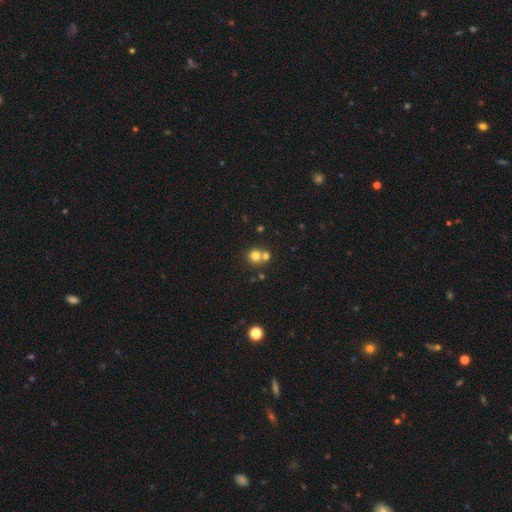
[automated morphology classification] A smooth galaxy with no disk features (75%) that is round (88%).

Vote fractions:
- Smooth or featured? smooth: 75% / star or artifact: 14% / featured or disk: 11%
- How rounded? round: 88% / in between: 11% / cigar-shaped: 1%
- Merging? none: 51% / merger: 40% / minor disturbance: 6% / major disturbance: 3%